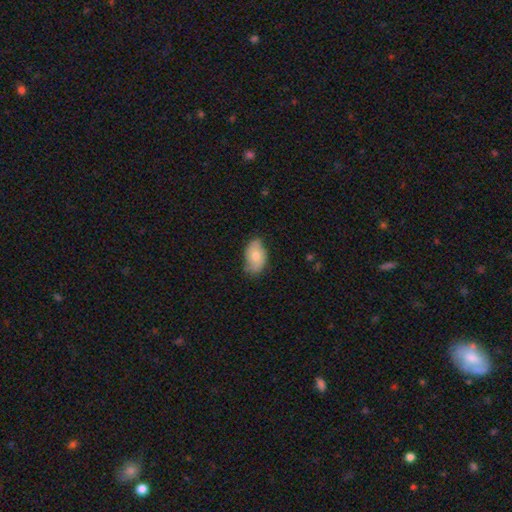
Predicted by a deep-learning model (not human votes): smooth_or_featured: smooth (p=0.70) [alt: featured or disk p=0.24]
how_rounded: in between (p=0.91) [alt: round p=0.08]
merging: none (p=0.66) [alt: minor disturbance p=0.28]